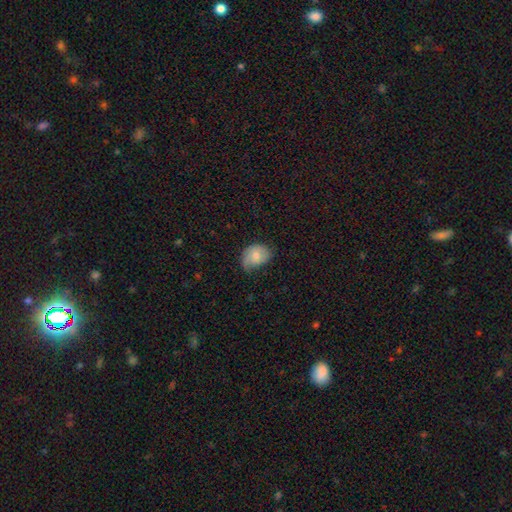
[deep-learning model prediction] smooth-or-featured: smooth: 69% | featured or disk: 24% | star or artifact: 8%
  how-rounded: in between: 68% | round: 31% | cigar-shaped: 1%
  merging: none: 44% | minor disturbance: 40% | major disturbance: 14% | merger: 2%